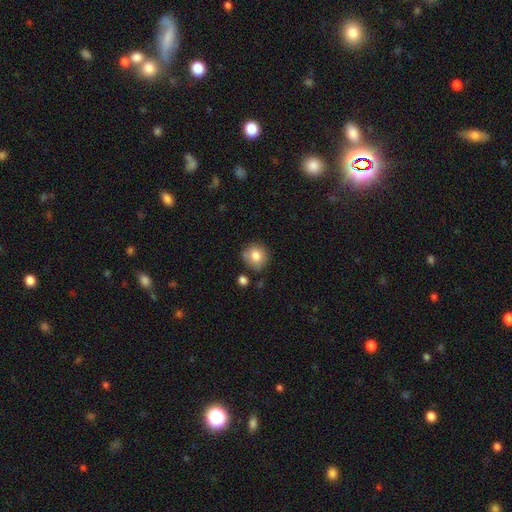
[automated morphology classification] Smooth or featured: smooth — 81% (featured or disk — 10%)
How rounded: round — 87% (in between — 12%)
Merging: none — 74% (minor disturbance — 15%)